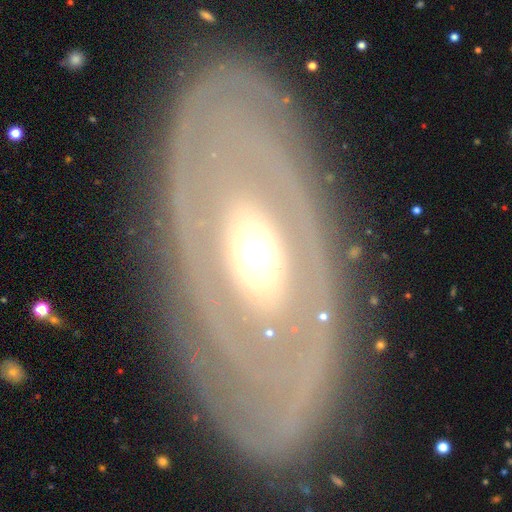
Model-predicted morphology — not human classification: The model was most divided on "spiral arms": no: 60%, yes: 40%. More confident: edge-on disk — no (88%); merging — none (79%); smooth or featured — featured or disk (77%); bar — no (72%); bulge size — moderate (67%).